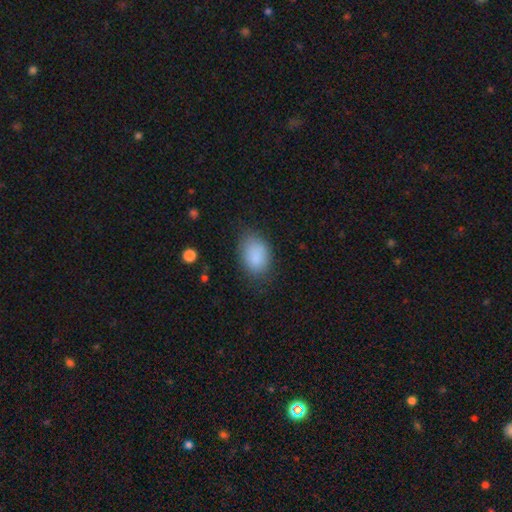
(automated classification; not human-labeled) This appears to be a smooth galaxy with no disk features (87%) that is in between round and cigar-shaped (81%). Merging: none (73%).